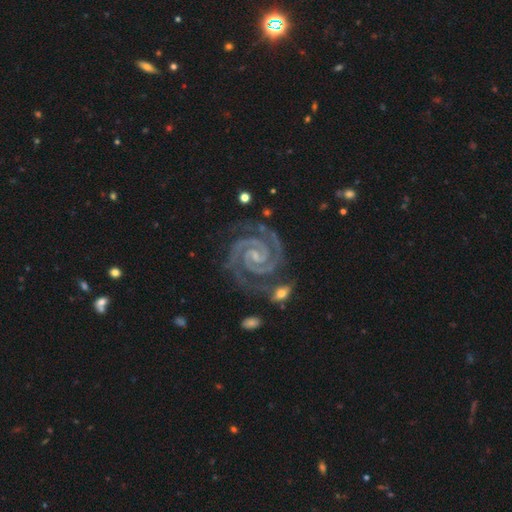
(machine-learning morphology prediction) Smooth or featured?
  - featured or disk: 94% *
  - star or artifact: 4%
  - smooth: 2%
Edge-on disk?
  - no: 98% *
  - yes: 2%
Bar?
  - weak: 39% *
  - no: 37%
  - strong: 23%
Spiral arms?
  - yes: 99% *
  - no: 1%
Spiral winding?
  - tight: 81% *
  - medium: 17%
  - loose: 2%
Spiral arm count?
  - 2: 89% *
  - 3: 6%
  - can't tell: 2%
  - 4: 1%
  - 1: 1%
  - more than 4: 1%
Bulge size?
  - small: 70% *
  - moderate: 14%
  - none: 14%
  - large: 1%
  - dominant: 1%
Merging?
  - none: 76% *
  - minor disturbance: 15%
  - merger: 5%
  - major disturbance: 4%